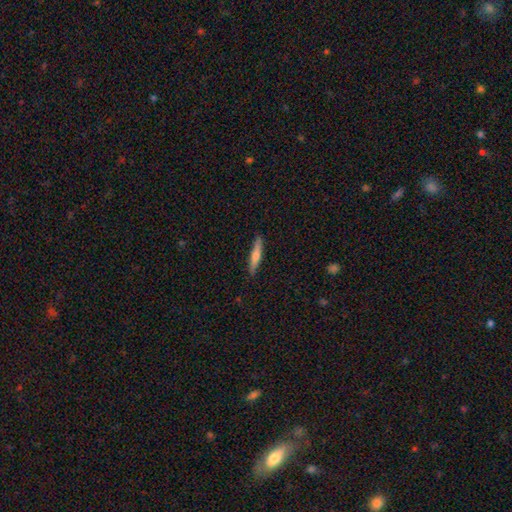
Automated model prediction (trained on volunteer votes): A smooth galaxy with no disk features (52%) that is cigar-shaped (91%). Merging: none (90%).